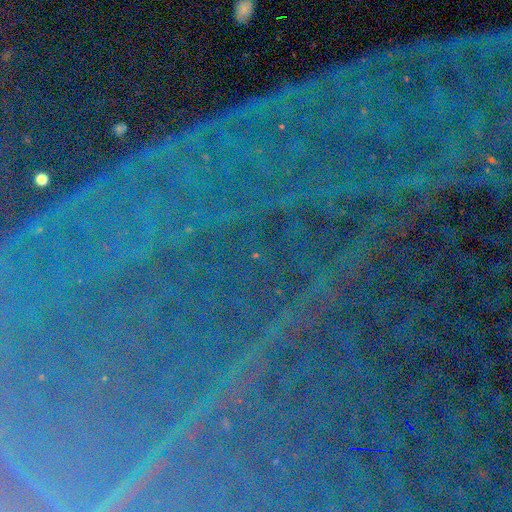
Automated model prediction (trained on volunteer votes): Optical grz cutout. It shows a star or artifact, not a galaxy (89%).